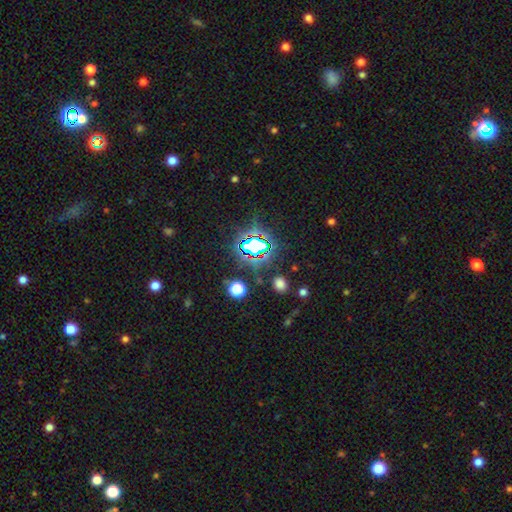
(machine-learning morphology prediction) This appears to be a star or artifact, not a galaxy (78%).